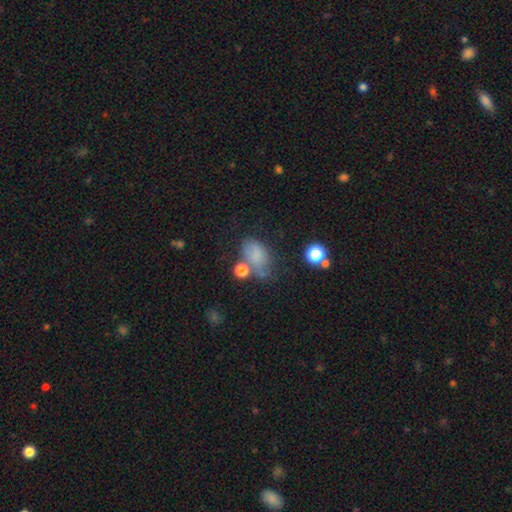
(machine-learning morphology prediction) Smooth or featured? smooth (70%)
How rounded? in between (81%)
Merging? none (40%)